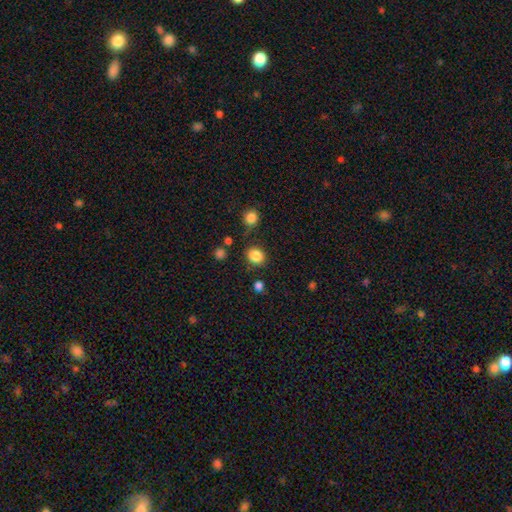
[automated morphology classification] Overall: smooth (85%). How rounded: round (74%). Merging: none (81%).